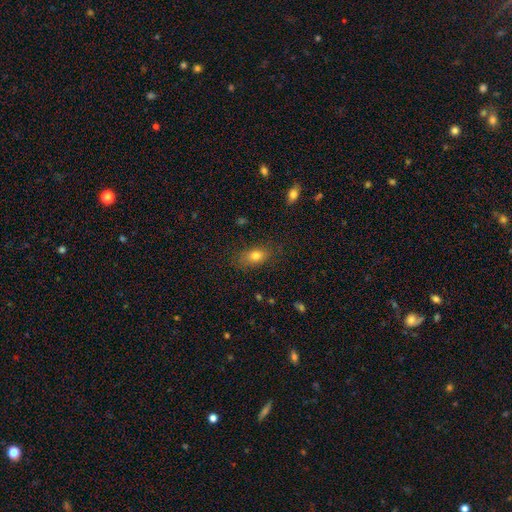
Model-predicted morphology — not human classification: Smooth or featured? smooth (79%)
How rounded? in between (84%)
Merging? none (78%)